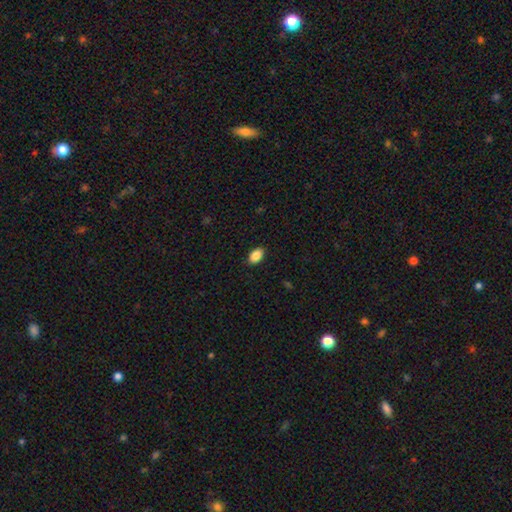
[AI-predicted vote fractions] Smooth or featured? smooth (87%)
How rounded? in between (90%)
Merging? none (89%)